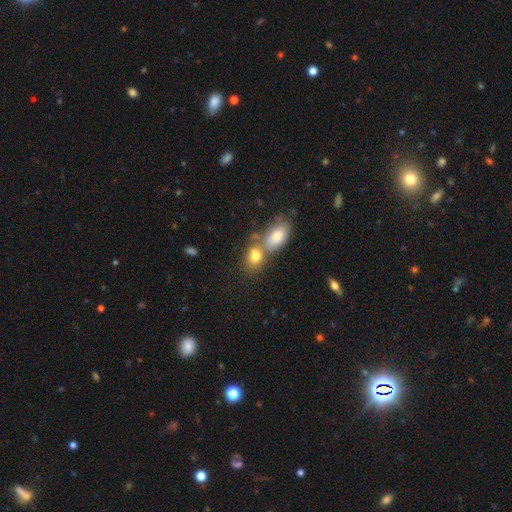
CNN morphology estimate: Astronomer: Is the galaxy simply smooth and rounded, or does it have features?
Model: smooth — 79%.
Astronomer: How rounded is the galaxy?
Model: in between — 77%.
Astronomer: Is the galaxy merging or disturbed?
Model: merger — 52% (runner-up: none, 34%).